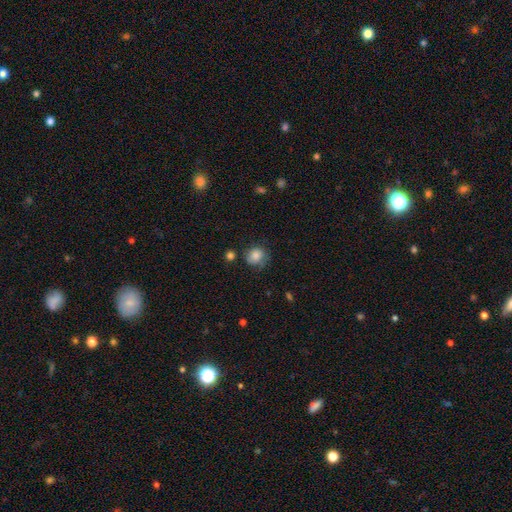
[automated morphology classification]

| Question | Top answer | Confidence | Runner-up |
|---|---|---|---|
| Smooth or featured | smooth | 80% | featured or disk (11%) |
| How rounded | round | 74% | in between (25%) |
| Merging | none | 60% | minor disturbance (26%) |